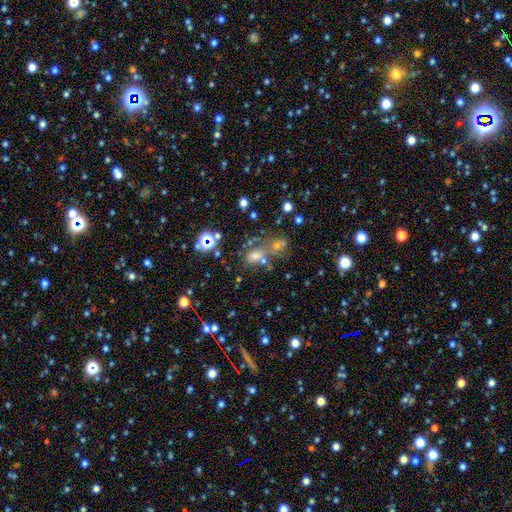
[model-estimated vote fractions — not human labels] Q: Smooth or featured?
A: smooth (48%); runner-up: star or artifact (37%)
Q: Merging?
A: none (43%); runner-up: merger (35%)